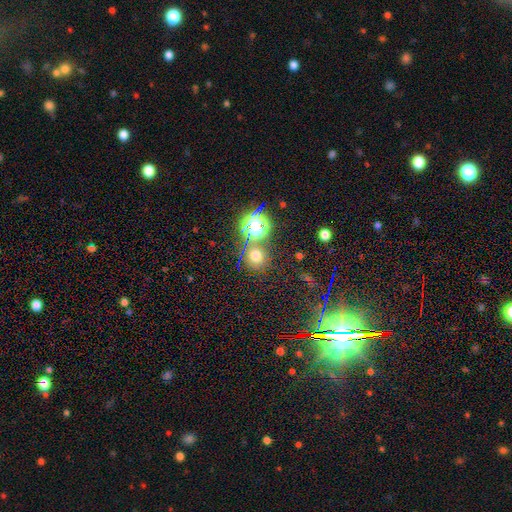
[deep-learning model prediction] smooth 59%, star or artifact 33%, featured or disk 8%. Down the decision tree: how rounded — round (89%); merging — none (76%).